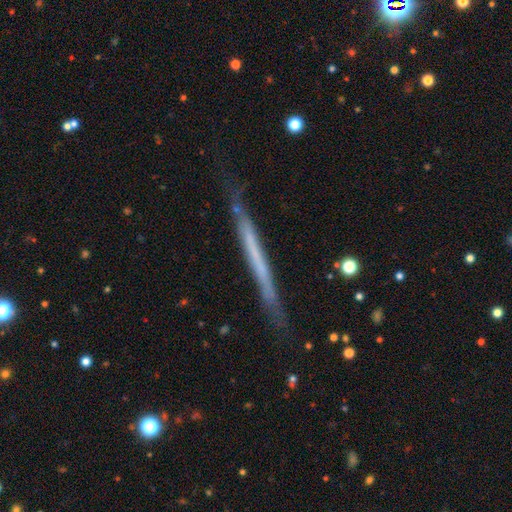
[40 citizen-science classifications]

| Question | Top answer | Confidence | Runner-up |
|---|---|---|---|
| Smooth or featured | featured or disk | 65% | smooth (30%) |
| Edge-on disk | yes | 92% | no (8%) |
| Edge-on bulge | none | 100% | — |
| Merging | none | 76% | minor disturbance (21%) |